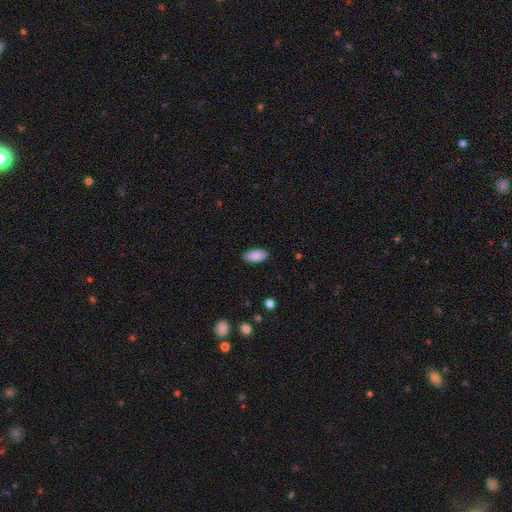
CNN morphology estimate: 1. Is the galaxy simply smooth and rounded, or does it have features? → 89% smooth, 6% star or artifact, 4% featured or disk.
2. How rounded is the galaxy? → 90% in between, 8% cigar-shaped, 2% round.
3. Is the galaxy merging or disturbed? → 89% none, 8% minor disturbance, 2% major disturbance, 1% merger.